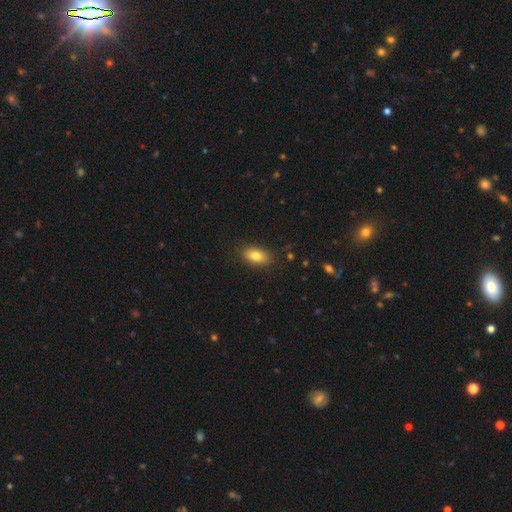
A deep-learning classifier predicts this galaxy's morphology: Smooth or featured? smooth (82%)
How rounded? in between (89%)
Merging? none (86%)